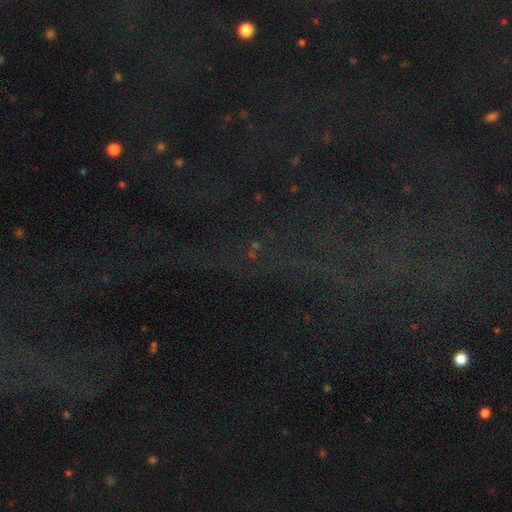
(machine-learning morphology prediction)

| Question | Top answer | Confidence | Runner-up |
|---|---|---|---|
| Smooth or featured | star or artifact | 77% | smooth (13%) |